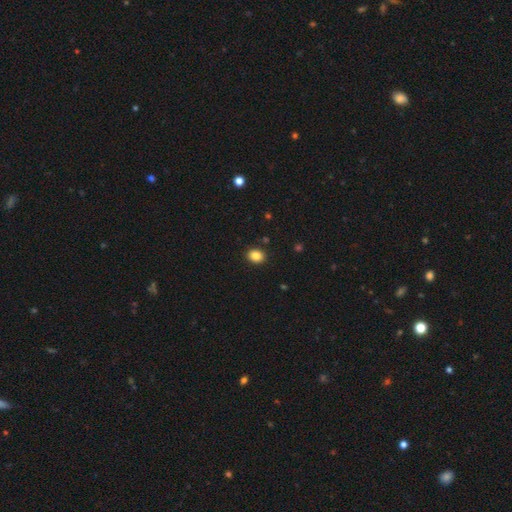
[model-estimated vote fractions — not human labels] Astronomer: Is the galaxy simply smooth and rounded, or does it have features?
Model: smooth — 87%.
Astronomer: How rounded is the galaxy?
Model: round — 50% (runner-up: in between, 49%).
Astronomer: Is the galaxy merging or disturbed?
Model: none — 90%.